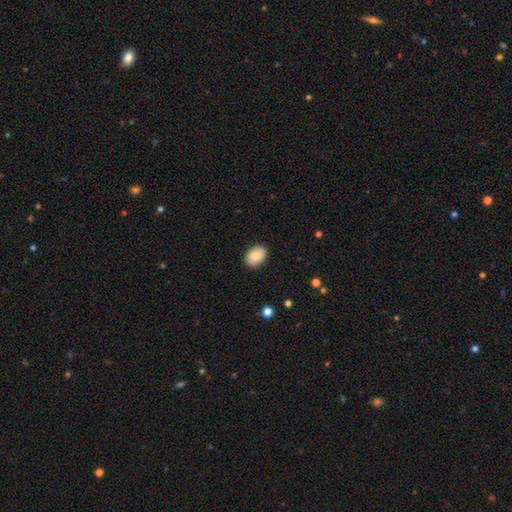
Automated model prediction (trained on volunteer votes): Smooth or featured?
  - smooth: 89% *
  - star or artifact: 7%
  - featured or disk: 5%
How rounded?
  - in between: 79% *
  - round: 20%
  - cigar-shaped: 1%
Merging?
  - none: 89% *
  - minor disturbance: 8%
  - major disturbance: 2%
  - merger: 1%